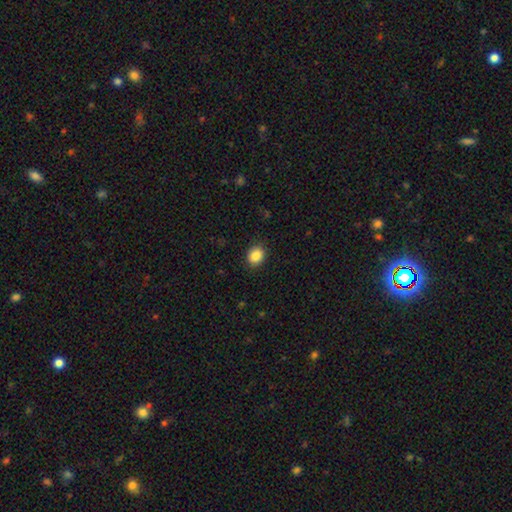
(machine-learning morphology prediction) Smooth or featured?
  - smooth: 87% *
  - star or artifact: 9%
  - featured or disk: 4%
How rounded?
  - round: 60% *
  - in between: 39%
  - cigar-shaped: 1%
Merging?
  - none: 90% *
  - minor disturbance: 7%
  - major disturbance: 2%
  - merger: 1%